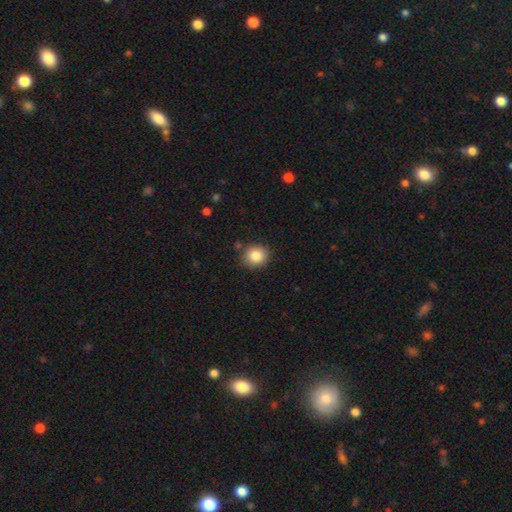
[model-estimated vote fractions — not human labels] smooth_or_featured: smooth (p=0.85) [alt: star or artifact p=0.09]
how_rounded: round (p=0.80) [alt: in between p=0.19]
merging: none (p=0.86) [alt: minor disturbance p=0.09]